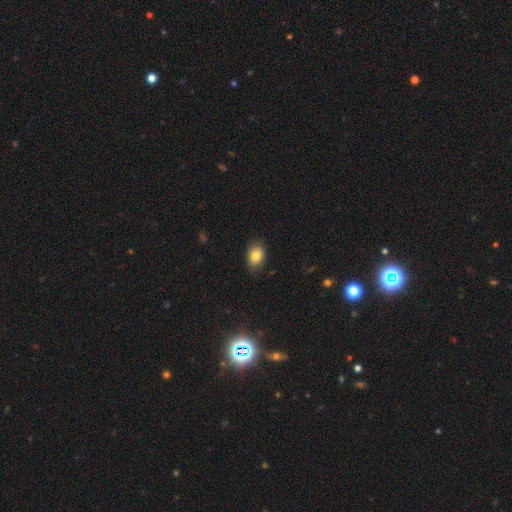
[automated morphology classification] Overall: smooth (82%). How rounded: in between (80%). Merging: none (83%).